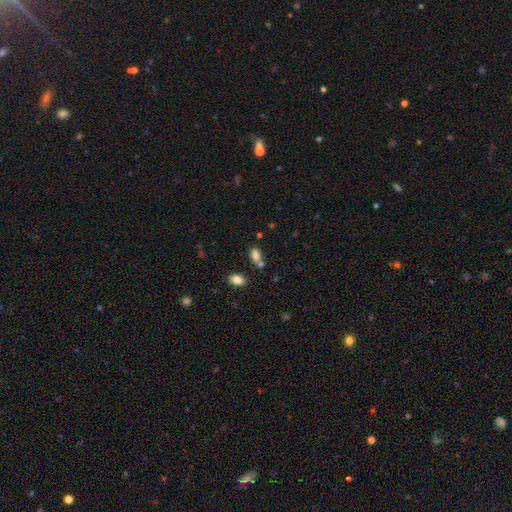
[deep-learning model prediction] Smooth or featured: smooth — 82% (star or artifact — 11%)
How rounded: in between — 88% (round — 9%)
Merging: none — 56% (merger — 28%)